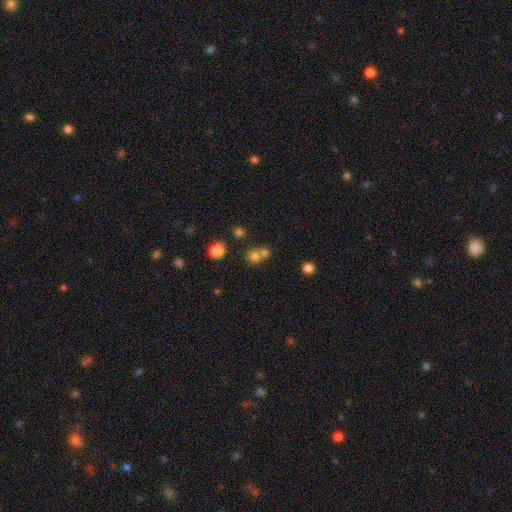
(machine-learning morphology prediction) Smooth or featured: smooth — 73% (star or artifact — 17%)
How rounded: round — 84% (in between — 15%)
Merging: merger — 46% (none — 45%)